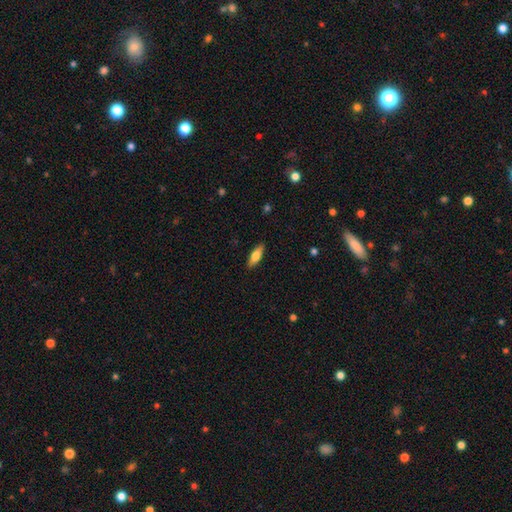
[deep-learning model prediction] Smooth or featured?
  - smooth: 73% *
  - featured or disk: 21%
  - star or artifact: 6%
How rounded?
  - in between: 63% *
  - cigar-shaped: 35%
  - round: 2%
Merging?
  - none: 89% *
  - minor disturbance: 9%
  - major disturbance: 2%
  - merger: 1%